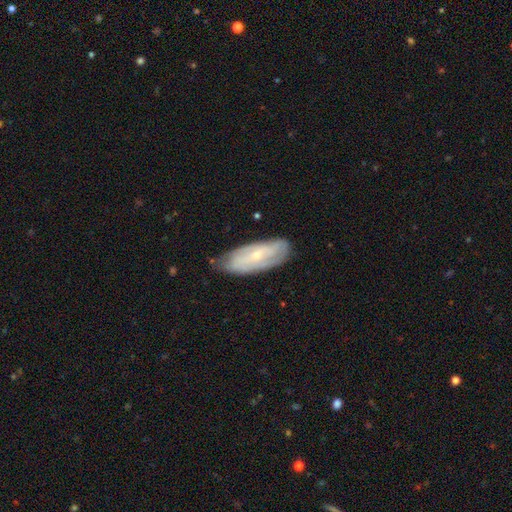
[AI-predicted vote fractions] Smooth or featured? featured or disk (60%)
Edge-on disk? no (84%)
Bar? no (57%)
Spiral arms? yes (73%)
Bulge size? small (74%)
Merging? none (67%)